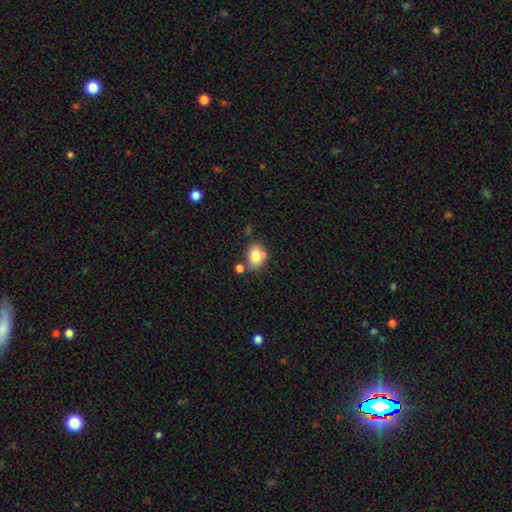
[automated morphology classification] smooth-or-featured: smooth: 79% | featured or disk: 11% | star or artifact: 10%
  how-rounded: in between: 52% | round: 46% | cigar-shaped: 1%
  merging: none: 63% | merger: 17% | minor disturbance: 15% | major disturbance: 4%